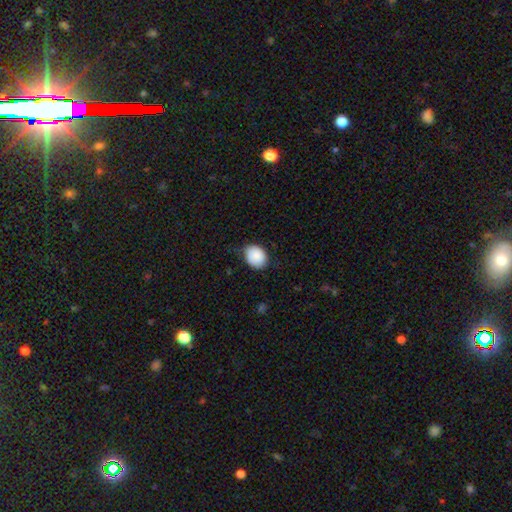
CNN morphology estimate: This is clearly a smooth galaxy (88%). How rounded: possibly in between (51%). Merging: likely none (64%).